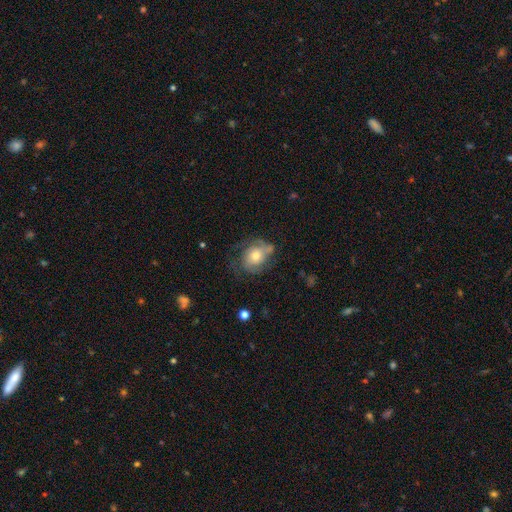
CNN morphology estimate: smooth-or-featured: featured or disk: 51% | smooth: 40% | star or artifact: 8%
  disk-edge-on: no: 96% | yes: 4%
  merging: none: 51% | minor disturbance: 26% | major disturbance: 19% | merger: 4%